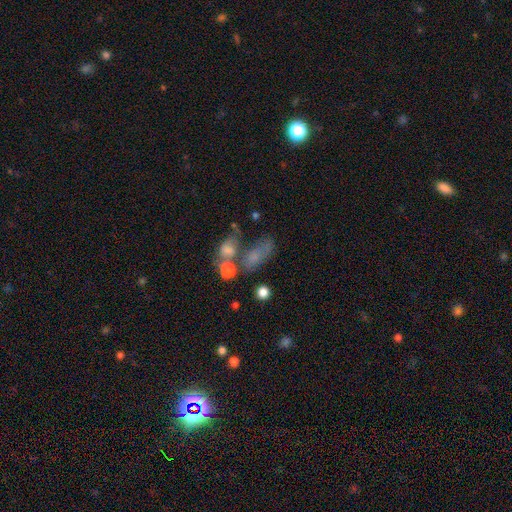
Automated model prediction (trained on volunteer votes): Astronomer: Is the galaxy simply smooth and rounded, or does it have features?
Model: smooth — 61%.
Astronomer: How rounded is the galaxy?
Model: in between — 72%.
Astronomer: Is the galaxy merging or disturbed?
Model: none — 32% (runner-up: merger, 31%).